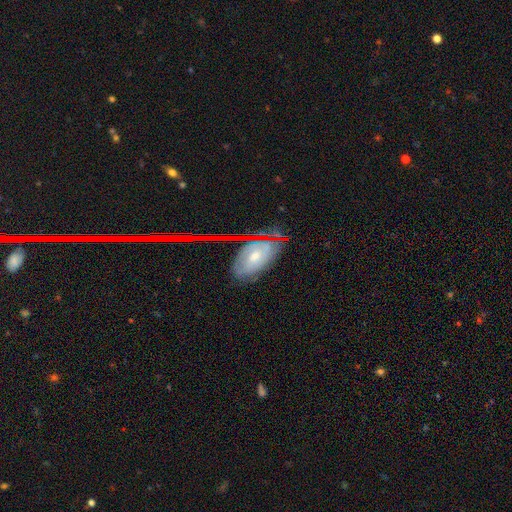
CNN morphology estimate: featured or disk 47%, smooth 37%, star or artifact 17%. Down the decision tree: merging — none (71%).